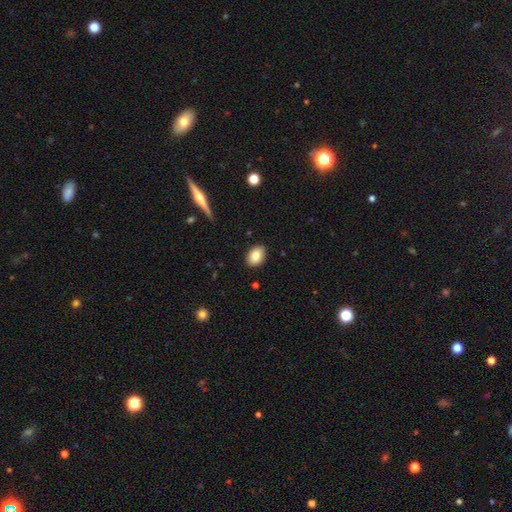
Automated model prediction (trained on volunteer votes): Smooth or featured? Predicted: smooth (p=0.83). How rounded? Predicted: in between (p=0.79). Merging? Predicted: none (p=0.89).